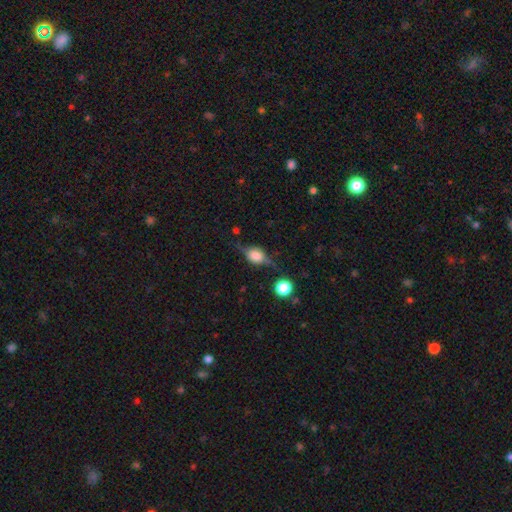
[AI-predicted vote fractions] Overall: featured or disk (54%; smooth 35%). Edge-on disk: yes (89%). Merging: none (63%).